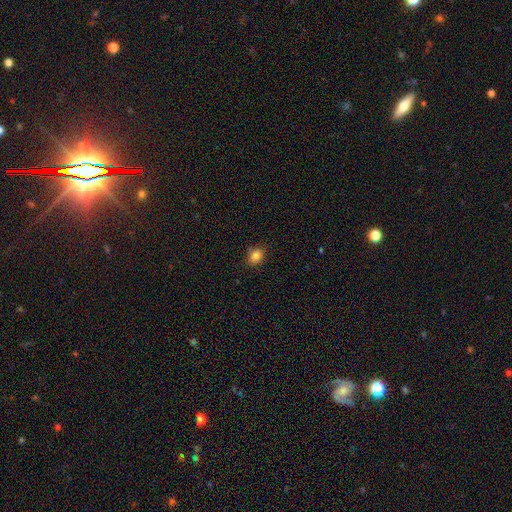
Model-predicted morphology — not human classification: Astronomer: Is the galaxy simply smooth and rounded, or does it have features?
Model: smooth — 84%.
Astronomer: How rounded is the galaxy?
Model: in between — 59% (runner-up: round, 40%).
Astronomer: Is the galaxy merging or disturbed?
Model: none — 81%.